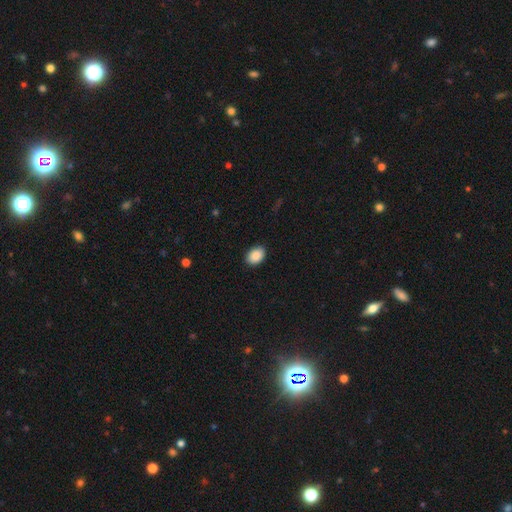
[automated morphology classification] Q: Smooth or featured?
A: smooth (89%); runner-up: star or artifact (7%)
Q: How rounded?
A: in between (81%); runner-up: round (18%)
Q: Merging?
A: none (88%); runner-up: minor disturbance (9%)